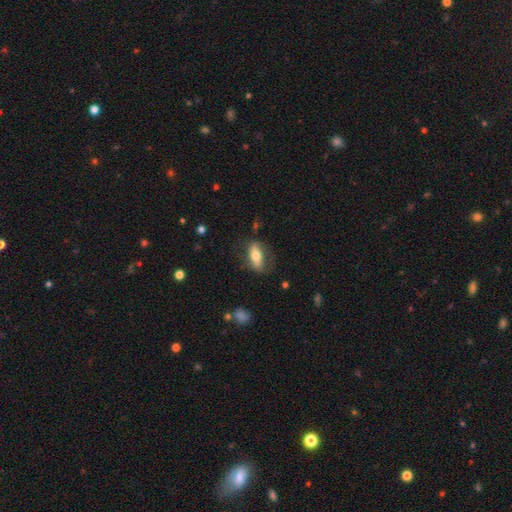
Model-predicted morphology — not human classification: Smooth or featured? Predicted: smooth (p=0.58). How rounded? Predicted: in between (p=0.78). Merging? Predicted: none (p=0.68).